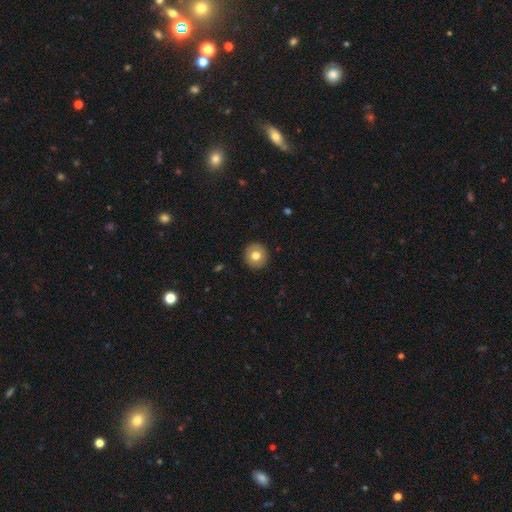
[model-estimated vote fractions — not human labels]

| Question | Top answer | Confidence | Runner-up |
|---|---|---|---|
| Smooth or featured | smooth | 76% | featured or disk (15%) |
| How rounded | round | 93% | in between (6%) |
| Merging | none | 92% | minor disturbance (5%) |